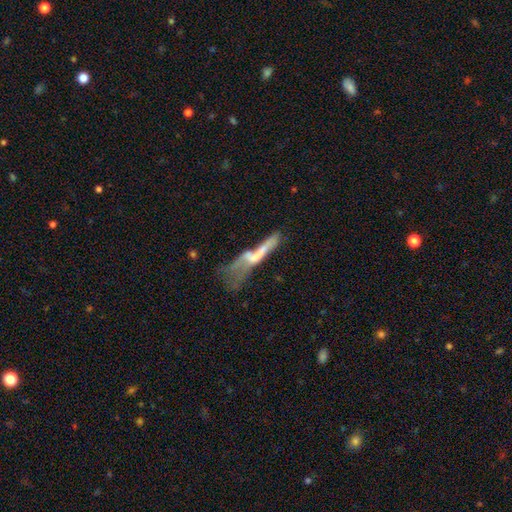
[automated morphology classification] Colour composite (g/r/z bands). It shows a featured or disk galaxy (49%). Merging: major disturbance (38%).